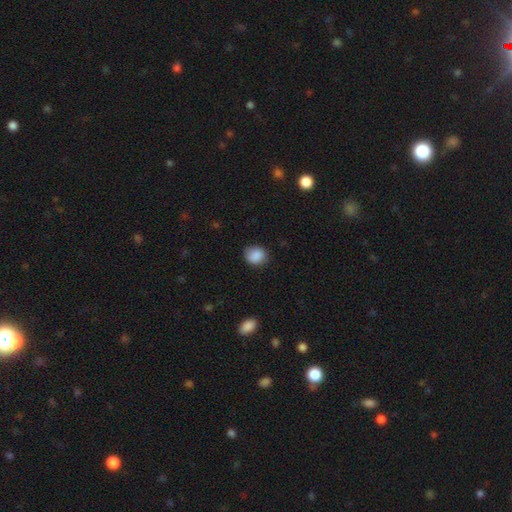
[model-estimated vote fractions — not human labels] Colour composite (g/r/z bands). It shows a smooth galaxy with no disk features (88%) that is round (72%). Merging: none (80%).